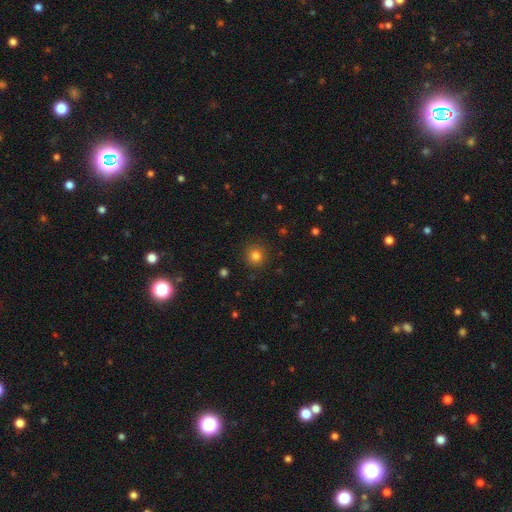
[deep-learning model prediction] A smooth galaxy with no disk features (81%) that is round (94%).

Vote fractions:
- Smooth or featured? smooth: 81% / star or artifact: 14% / featured or disk: 5%
- How rounded? round: 94% / in between: 6% / cigar-shaped: 1%
- Merging? none: 90% / minor disturbance: 6% / major disturbance: 2% / merger: 1%